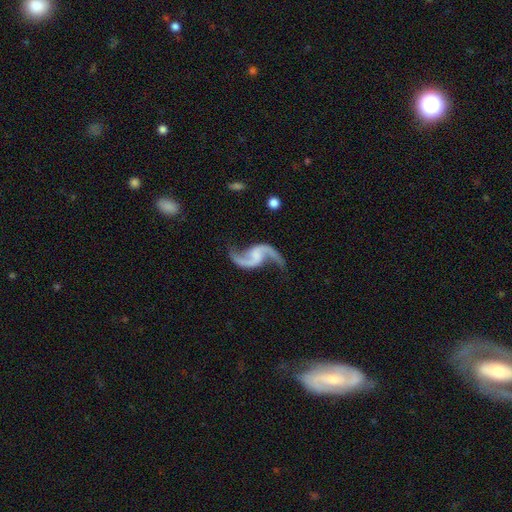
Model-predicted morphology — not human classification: Smooth or featured: featured or disk — 93% (star or artifact — 4%)
Edge-on disk: no — 98% (yes — 2%)
Bar: no — 47% (weak — 40%)
Spiral arms: yes — 98% (no — 2%)
Spiral winding: loose — 82% (medium — 15%)
Spiral arm count: 2 — 94% (1 — 2%)
Bulge size: none — 54% (small — 24%)
Merging: none — 76% (minor disturbance — 14%)